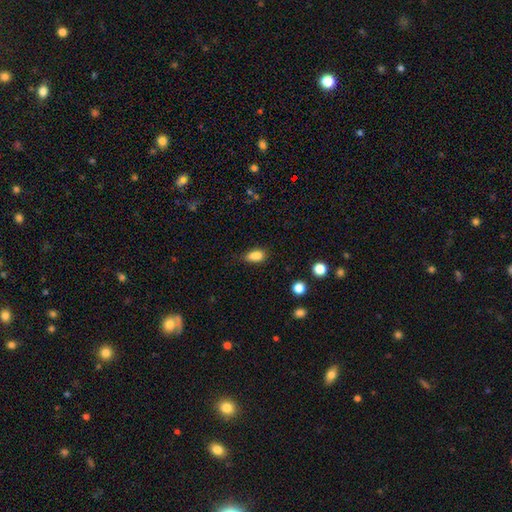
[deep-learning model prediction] A smooth galaxy with no disk features (84%) that is in between round and cigar-shaped (85%).

Vote fractions:
- Smooth or featured? smooth: 84% / star or artifact: 10% / featured or disk: 5%
- How rounded? in between: 85% / round: 10% / cigar-shaped: 6%
- Merging? none: 62% / minor disturbance: 27% / major disturbance: 6% / merger: 5%